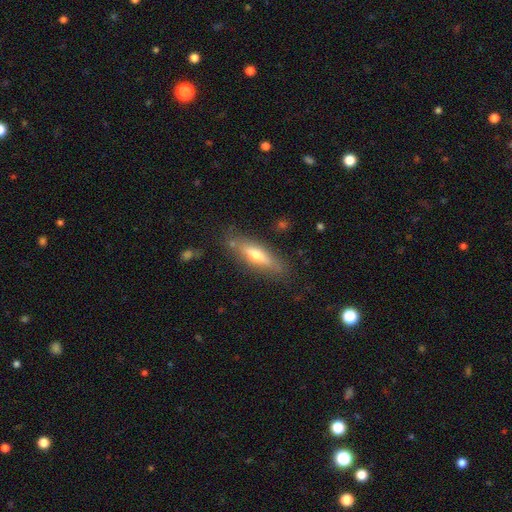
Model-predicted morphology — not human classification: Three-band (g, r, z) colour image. It shows a featured or disk galaxy (48%). Merging: none (81%).